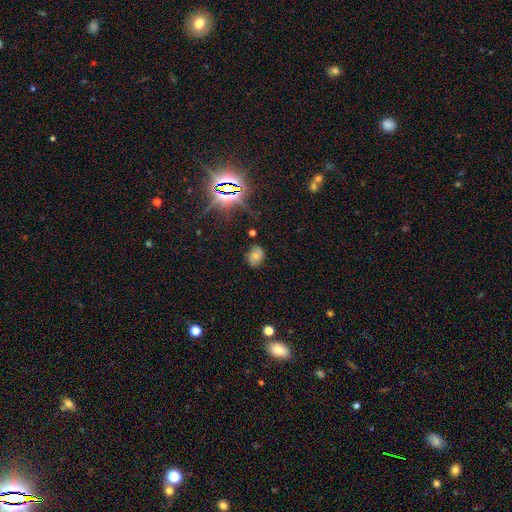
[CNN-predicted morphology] smooth_or_featured: smooth (p=0.51) [alt: featured or disk p=0.28]
how_rounded: in between (p=0.67) [alt: round p=0.31]
merging: none (p=0.72) [alt: minor disturbance p=0.20]